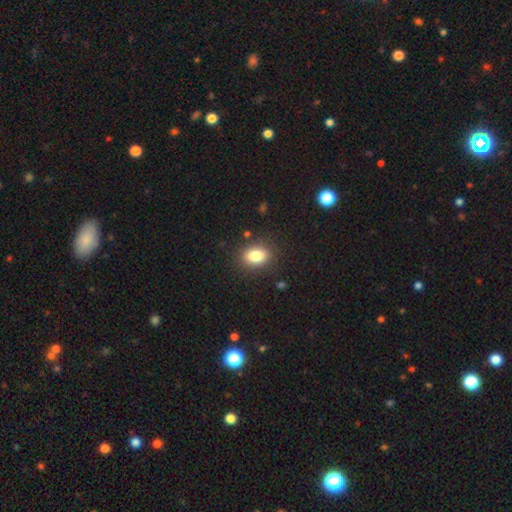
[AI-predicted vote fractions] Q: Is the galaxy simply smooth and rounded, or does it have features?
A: smooth — 83%.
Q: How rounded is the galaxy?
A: in between — 75%.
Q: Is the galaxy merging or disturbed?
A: none — 86%.